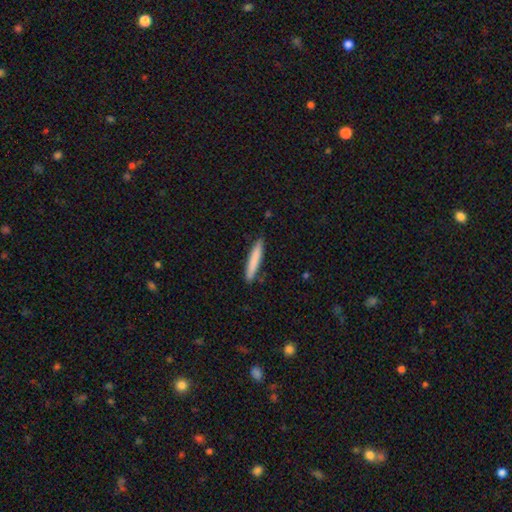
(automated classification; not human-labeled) Smooth or featured? Predicted: smooth (p=0.76). How rounded? Predicted: cigar-shaped (p=0.95). Merging? Predicted: none (p=0.90).